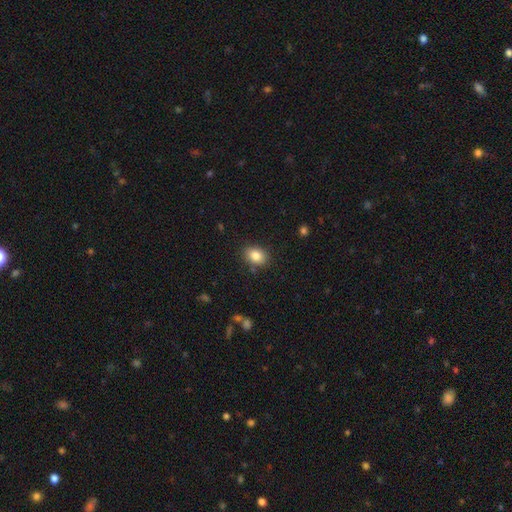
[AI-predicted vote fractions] Smooth or featured: smooth — 85% (star or artifact — 9%)
How rounded: in between — 74% (round — 25%)
Merging: none — 85% (minor disturbance — 10%)